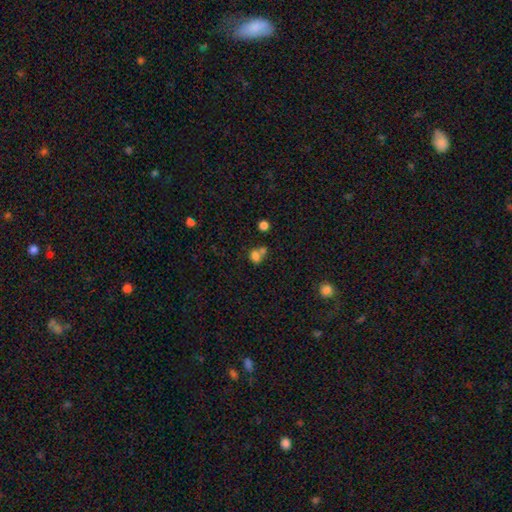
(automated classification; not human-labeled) smooth 76%, star or artifact 13%, featured or disk 11%. Down the decision tree: how rounded — round (62%); merging — merger (49%).